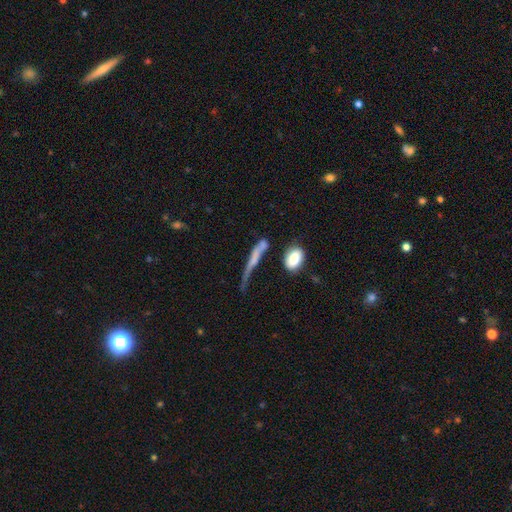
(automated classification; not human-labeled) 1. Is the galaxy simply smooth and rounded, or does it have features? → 49% smooth, 39% featured or disk, 12% star or artifact.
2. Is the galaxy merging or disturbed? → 39% none, 23% major disturbance, 21% minor disturbance, 17% merger.